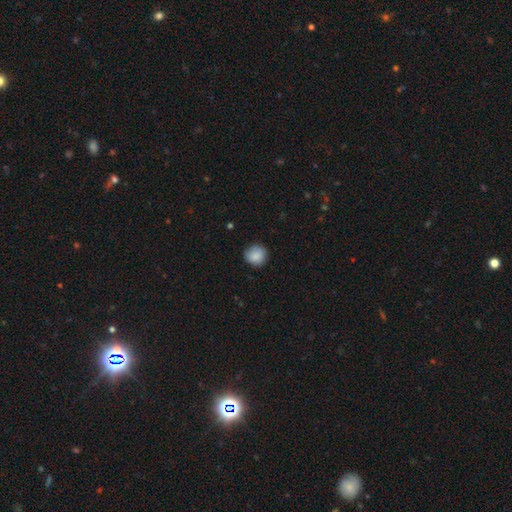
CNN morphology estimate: This is clearly a smooth galaxy (86%). How rounded: clearly round (90%). Merging: clearly none (85%).